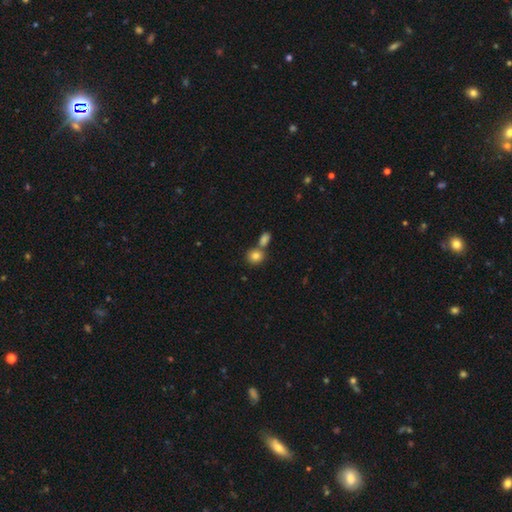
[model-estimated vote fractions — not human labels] Smooth or featured? Predicted: smooth (p=0.83). How rounded? Predicted: round (p=0.78). Merging? Predicted: none (p=0.53).